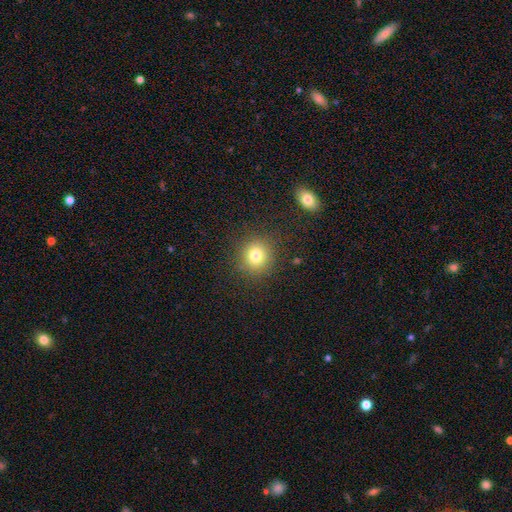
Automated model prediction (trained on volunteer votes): Smooth or featured? Predicted: smooth (p=0.78). How rounded? Predicted: round (p=0.86). Merging? Predicted: none (p=0.87).